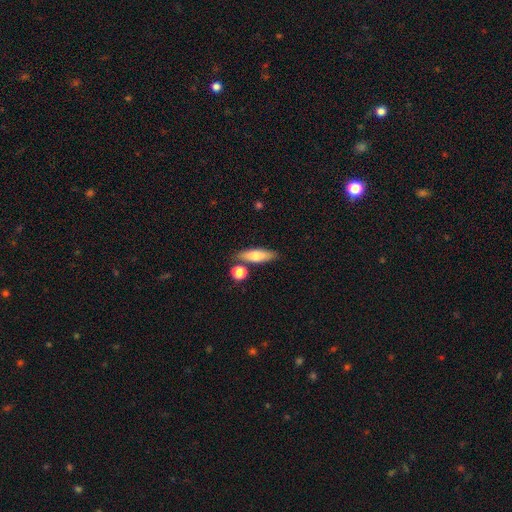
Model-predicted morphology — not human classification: Smooth or featured?
  - smooth: 69% *
  - featured or disk: 24%
  - star or artifact: 7%
How rounded?
  - cigar-shaped: 49% *
  - in between: 47%
  - round: 4%
Merging?
  - none: 74% *
  - minor disturbance: 12%
  - merger: 11%
  - major disturbance: 3%